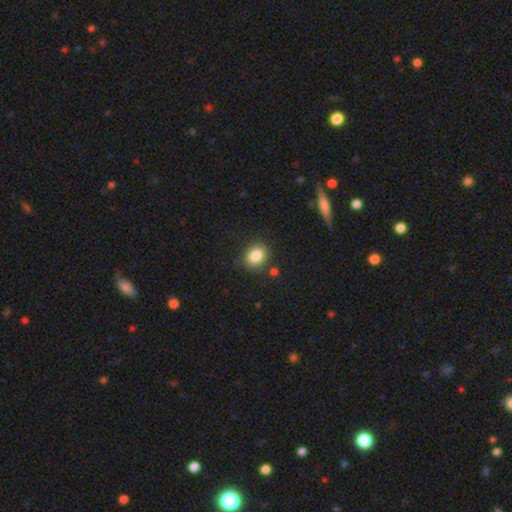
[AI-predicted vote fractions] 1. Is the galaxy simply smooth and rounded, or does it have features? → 85% smooth, 10% star or artifact, 6% featured or disk.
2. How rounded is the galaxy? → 60% round, 39% in between, 1% cigar-shaped.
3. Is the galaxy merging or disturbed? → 83% none, 10% minor disturbance, 4% merger, 3% major disturbance.